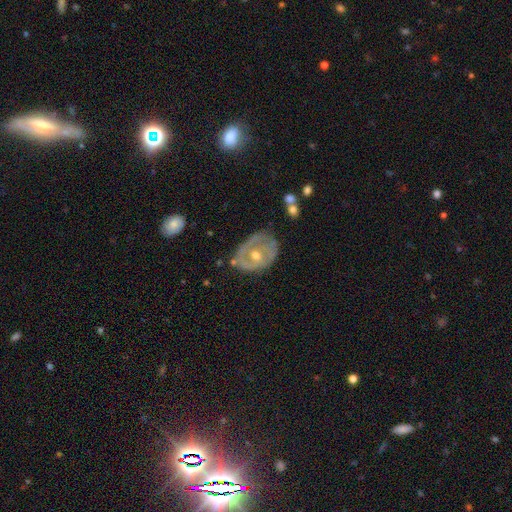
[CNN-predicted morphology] Overall: featured or disk (71%). Edge-on disk: no (96%). Bar: no (73%). Spiral arms: yes (55%; no 45%). Bulge size: moderate (66%; small 30%). Merging: none (56%; minor disturbance 28%).